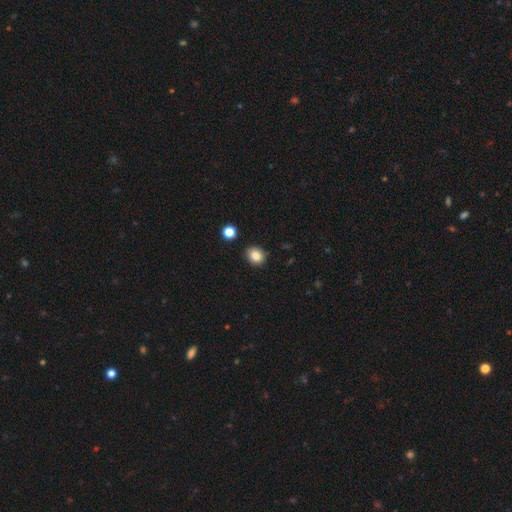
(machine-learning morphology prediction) Smooth or featured? Predicted: smooth (p=0.84). How rounded? Predicted: round (p=0.66). Merging? Predicted: none (p=0.88).